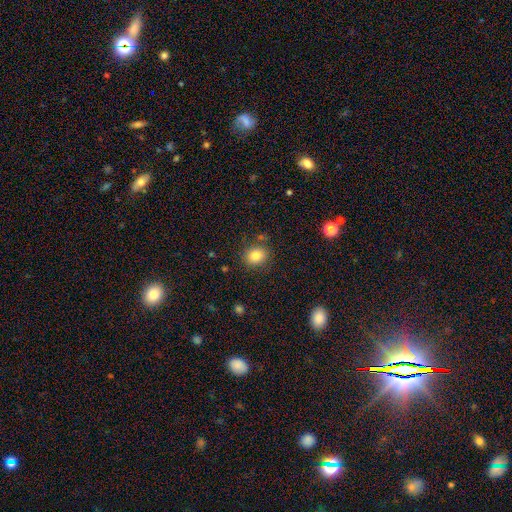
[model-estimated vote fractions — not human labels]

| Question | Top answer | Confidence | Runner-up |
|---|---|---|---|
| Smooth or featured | smooth | 83% | star or artifact (11%) |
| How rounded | round | 63% | in between (36%) |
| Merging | none | 82% | minor disturbance (11%) |